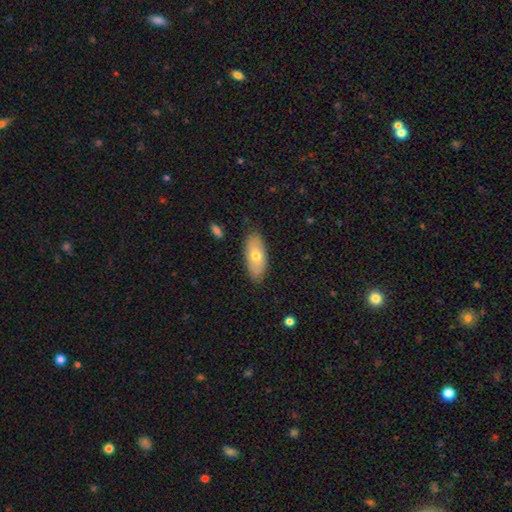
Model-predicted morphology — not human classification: This is likely a smooth galaxy (68%). How rounded: clearly in between (87%). Merging: clearly none (82%).